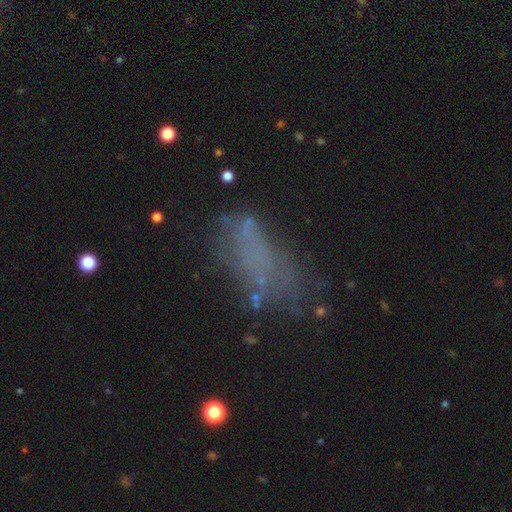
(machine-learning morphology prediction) This appears to be a smooth galaxy with no disk features (42%). Merging: none (44%).